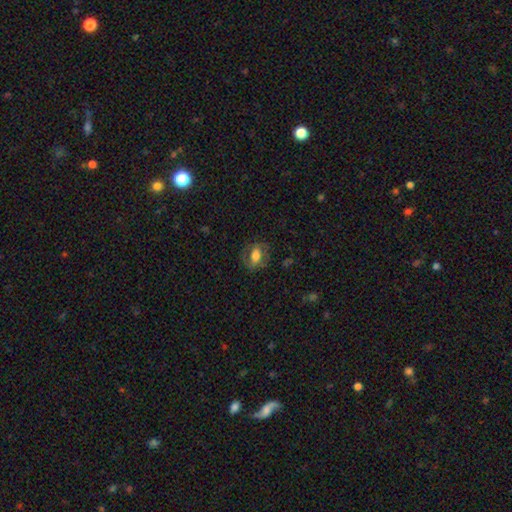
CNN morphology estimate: The model was most divided on "smooth or featured": smooth: 55%, featured or disk: 36%, star or artifact: 8%. More confident: how rounded — in between (74%); merging — none (70%).